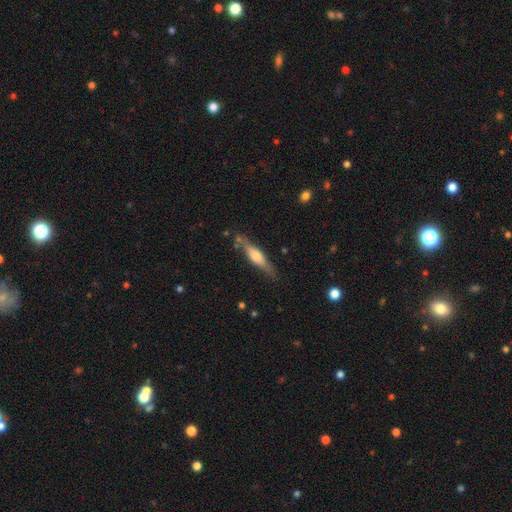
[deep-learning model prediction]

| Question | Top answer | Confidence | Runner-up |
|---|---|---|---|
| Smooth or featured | featured or disk | 52% | smooth (42%) |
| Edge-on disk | yes | 93% | no (7%) |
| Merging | none | 78% | minor disturbance (15%) |